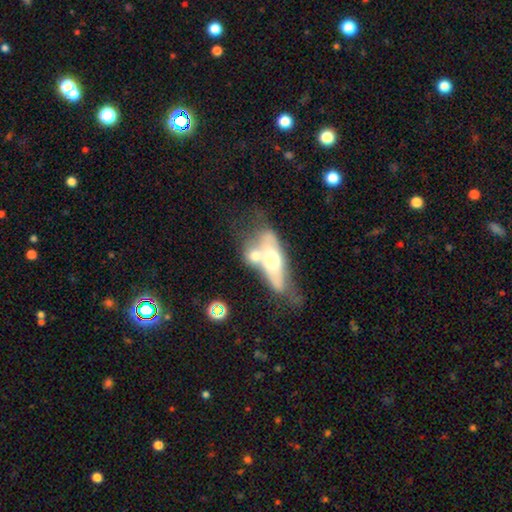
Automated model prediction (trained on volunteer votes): Overall: smooth (47%; featured or disk 45%). Merging: merger (54%; none 21%).